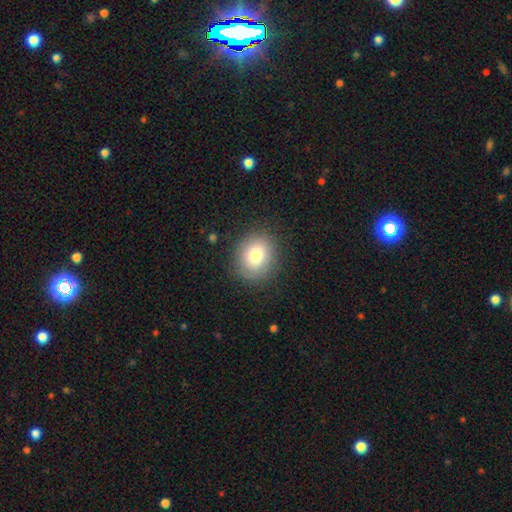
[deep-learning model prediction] smooth_or_featured: smooth (p=0.76) [alt: featured or disk p=0.13]
how_rounded: round (p=0.74) [alt: in between p=0.25]
merging: none (p=0.84) [alt: minor disturbance p=0.11]